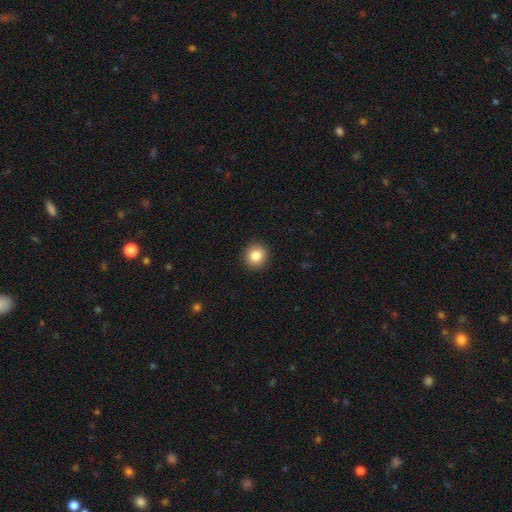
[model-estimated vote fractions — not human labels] Smooth or featured: smooth — 84% (star or artifact — 10%)
How rounded: round — 90% (in between — 9%)
Merging: none — 92% (minor disturbance — 5%)